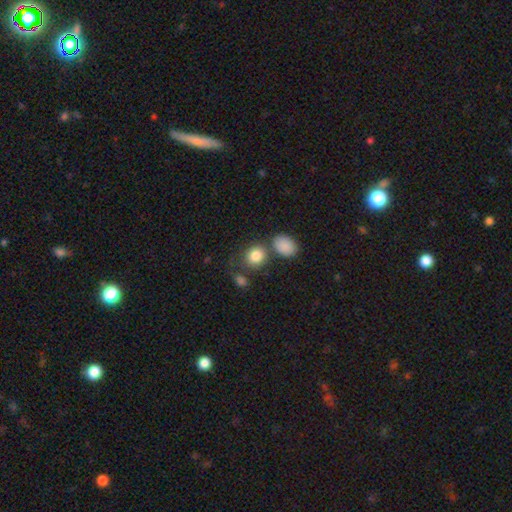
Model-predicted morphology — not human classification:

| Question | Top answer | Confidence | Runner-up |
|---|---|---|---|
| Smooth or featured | smooth | 84% | star or artifact (9%) |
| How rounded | round | 64% | in between (35%) |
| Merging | none | 62% | merger (19%) |